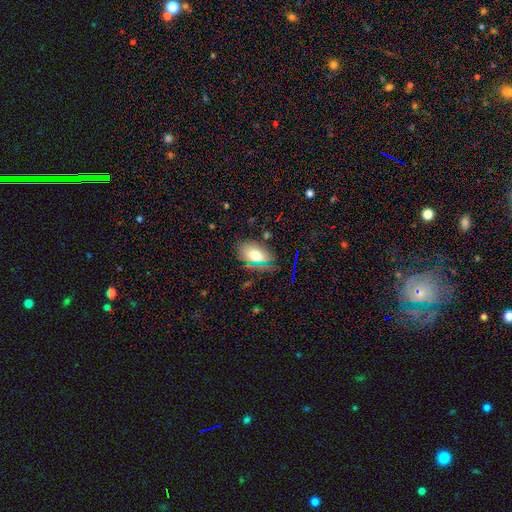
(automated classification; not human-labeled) Overall: smooth (69%). How rounded: in between (87%). Merging: none (76%).